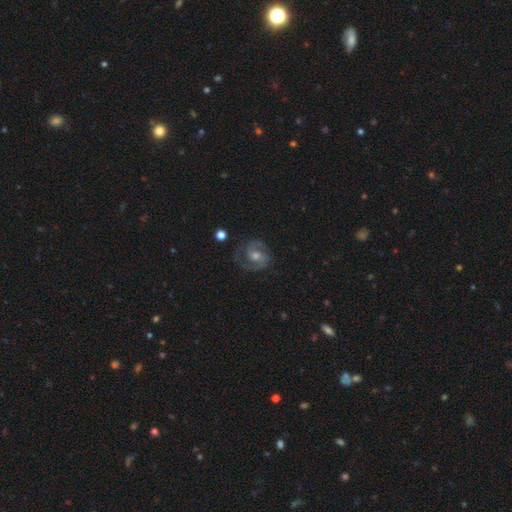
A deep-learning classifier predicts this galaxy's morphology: Smooth or featured? featured or disk (81%)
Edge-on disk? no (98%)
Bar? no (45%)
Spiral arms? yes (95%)
Spiral winding? medium (48%)
Spiral arm count? 2 (72%)
Bulge size? moderate (56%)
Merging? none (77%)